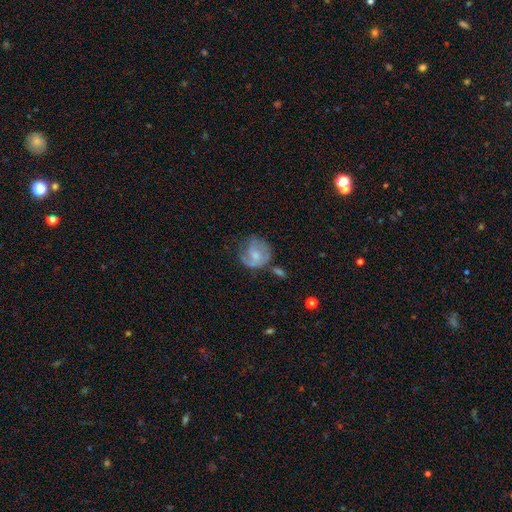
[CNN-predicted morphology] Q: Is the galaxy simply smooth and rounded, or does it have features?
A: featured or disk — 58%.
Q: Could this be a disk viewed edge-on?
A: no — 97%.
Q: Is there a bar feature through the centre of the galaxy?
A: no — 55%.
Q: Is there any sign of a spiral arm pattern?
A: yes — 79%.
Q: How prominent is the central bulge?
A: small — 42%.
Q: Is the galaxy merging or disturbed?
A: none — 45%.